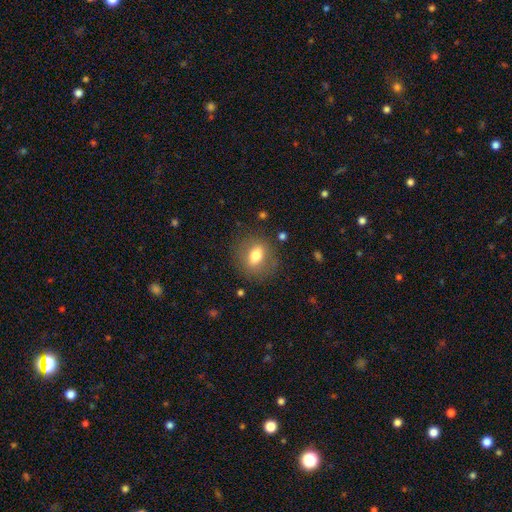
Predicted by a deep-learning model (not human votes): A smooth galaxy with no disk features (70%) that is in between round and cigar-shaped (53%).

Vote fractions:
- Smooth or featured? smooth: 70% / featured or disk: 20% / star or artifact: 9%
- How rounded? in between: 53% / round: 45% / cigar-shaped: 3%
- Merging? none: 81% / minor disturbance: 12% / major disturbance: 6% / merger: 2%